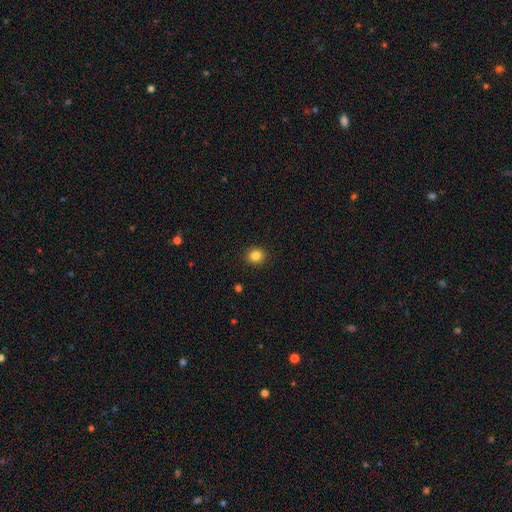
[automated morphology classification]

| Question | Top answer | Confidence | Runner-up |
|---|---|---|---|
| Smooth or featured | smooth | 84% | star or artifact (11%) |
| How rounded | round | 74% | in between (25%) |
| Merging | none | 91% | minor disturbance (6%) |